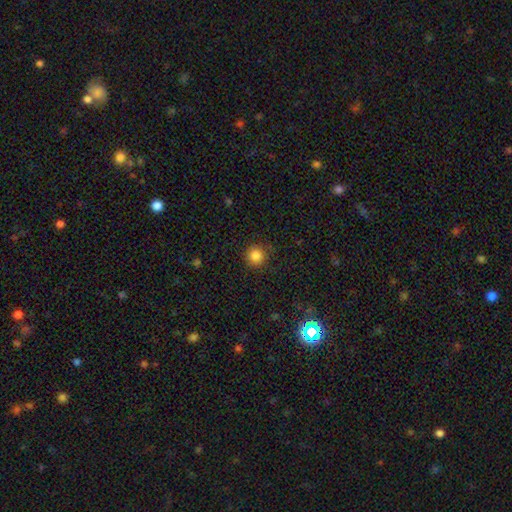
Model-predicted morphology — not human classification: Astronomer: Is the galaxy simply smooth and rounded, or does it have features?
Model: smooth — 85%.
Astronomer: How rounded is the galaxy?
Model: round — 95%.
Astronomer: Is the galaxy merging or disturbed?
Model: none — 87%.